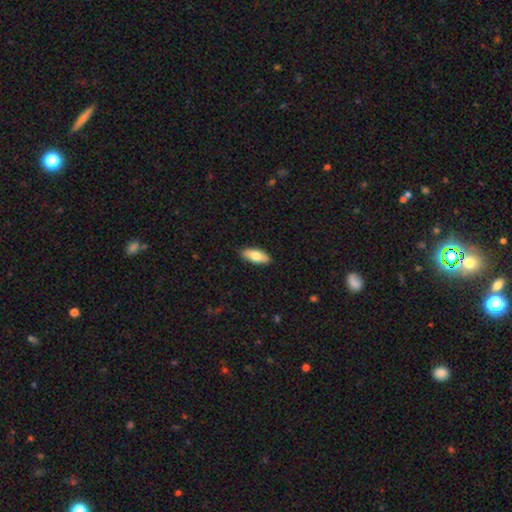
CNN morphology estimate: Smooth or featured?
  - smooth: 75% *
  - featured or disk: 20%
  - star or artifact: 6%
How rounded?
  - in between: 82% *
  - cigar-shaped: 16%
  - round: 2%
Merging?
  - none: 89% *
  - minor disturbance: 9%
  - major disturbance: 2%
  - merger: 1%